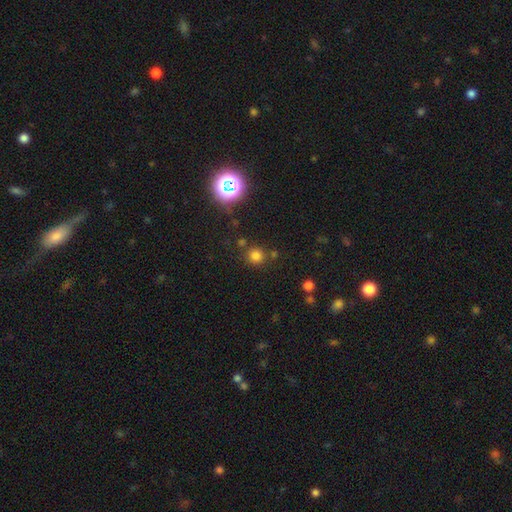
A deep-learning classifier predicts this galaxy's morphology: Overall: smooth (74%). How rounded: round (91%). Merging: none (78%).